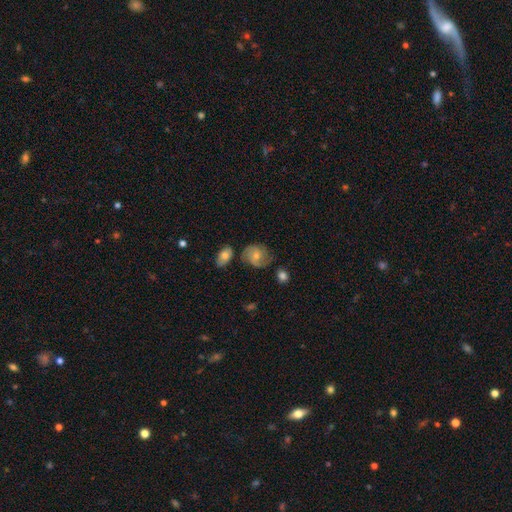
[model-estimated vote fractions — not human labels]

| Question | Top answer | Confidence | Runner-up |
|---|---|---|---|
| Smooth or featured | featured or disk | 60% | smooth (31%) |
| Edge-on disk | no | 97% | yes (3%) |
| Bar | no | 67% | weak (28%) |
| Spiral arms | yes | 90% | no (10%) |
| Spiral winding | medium | 43% | tight (38%) |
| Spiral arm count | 2 | 51% | can't tell (20%) |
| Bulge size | small | 49% | moderate (46%) |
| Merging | none | 60% | minor disturbance (24%) |